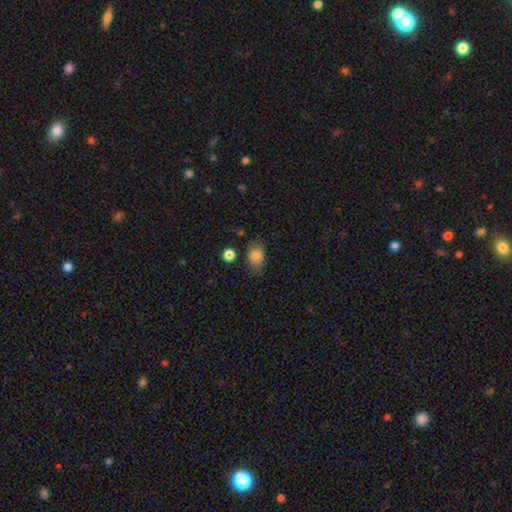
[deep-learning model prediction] A smooth galaxy with no disk features (80%) that is in between round and cigar-shaped (68%). Merging: none (63%).